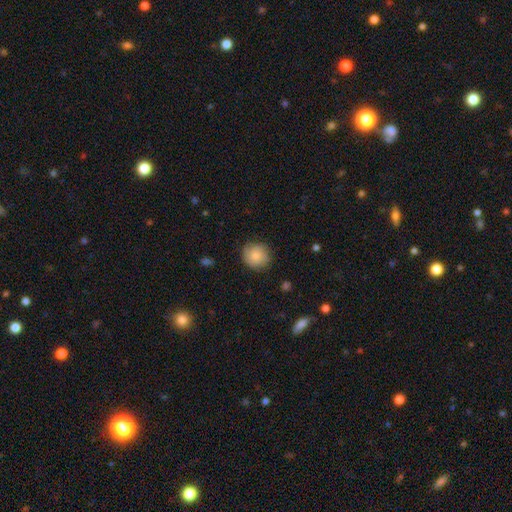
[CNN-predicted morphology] smooth_or_featured: smooth (p=0.79) [alt: featured or disk p=0.13]
how_rounded: round (p=0.91) [alt: in between p=0.08]
merging: none (p=0.80) [alt: minor disturbance p=0.15]